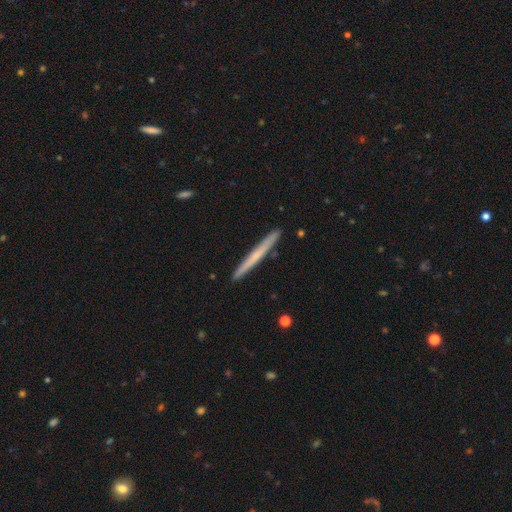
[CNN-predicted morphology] A featured or disk galaxy (51%) viewed edge-on (97%).

Vote fractions:
- Smooth or featured? featured or disk: 51% / smooth: 43% / star or artifact: 5%
- Edge-on disk? yes: 97% / no: 3%
- Merging? none: 92% / minor disturbance: 5% / merger: 1% / major disturbance: 1%